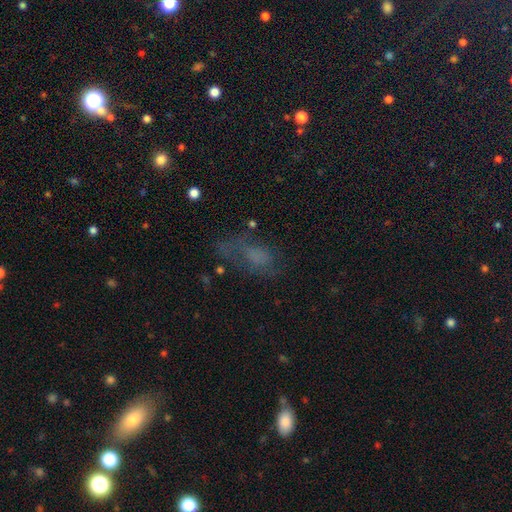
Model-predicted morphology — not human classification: smooth_or_featured: smooth (p=0.47) [alt: featured or disk p=0.33]
merging: none (p=0.46) [alt: major disturbance p=0.28]